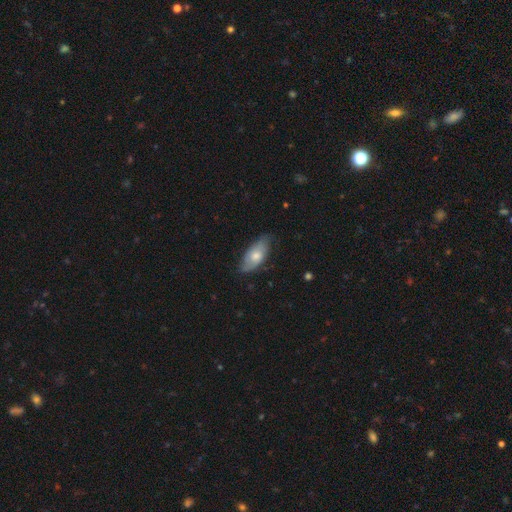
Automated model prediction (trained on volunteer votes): The model was most divided on "smooth or featured": smooth: 55%, featured or disk: 39%, star or artifact: 6%. More confident: how rounded — in between (87%); merging — none (66%).